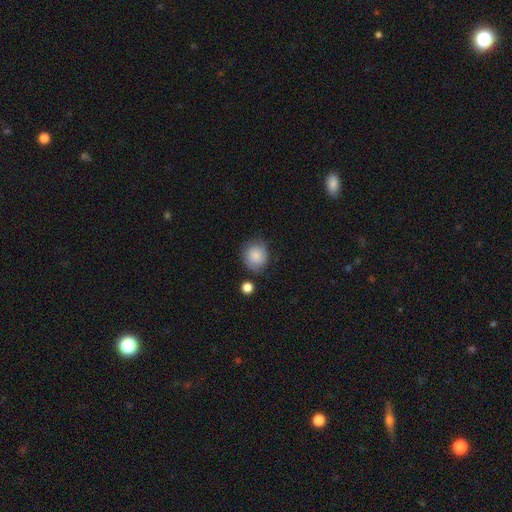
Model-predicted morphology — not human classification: Smooth or featured?
  - smooth: 84% *
  - featured or disk: 8%
  - star or artifact: 8%
How rounded?
  - round: 82% *
  - in between: 17%
  - cigar-shaped: 1%
Merging?
  - none: 75% *
  - minor disturbance: 17%
  - major disturbance: 4%
  - merger: 4%